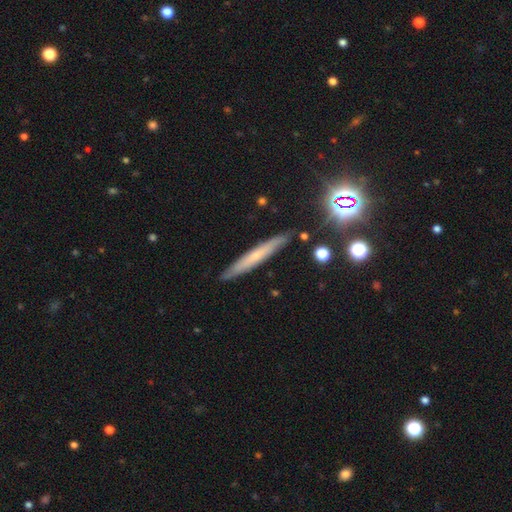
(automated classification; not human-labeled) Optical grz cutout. It shows a smooth galaxy with no disk features (45%). Merging: none (88%).